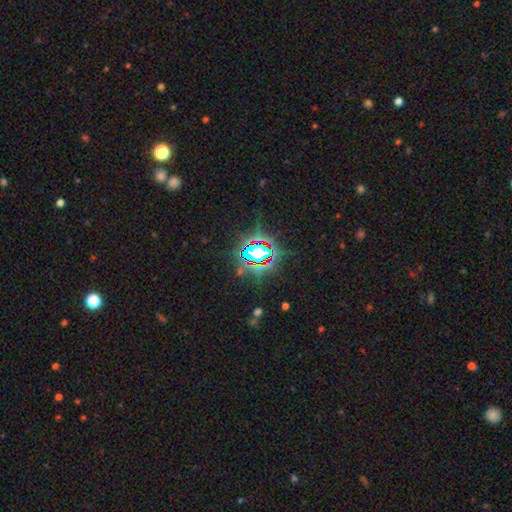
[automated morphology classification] Overall: star or artifact (75%).